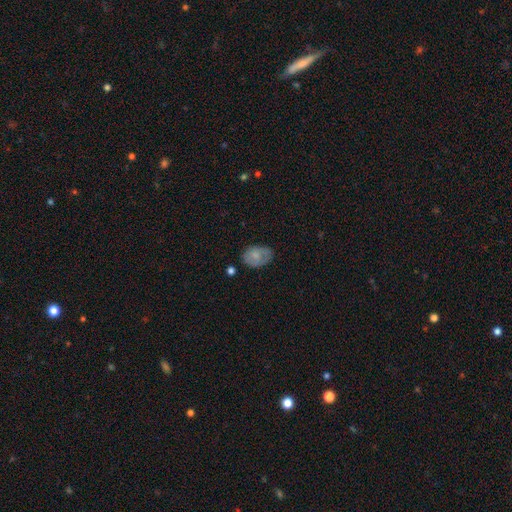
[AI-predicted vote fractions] smooth_or_featured: smooth (p=0.70) [alt: featured or disk p=0.22]
how_rounded: in between (p=0.80) [alt: round p=0.19]
merging: none (p=0.62) [alt: minor disturbance p=0.27]